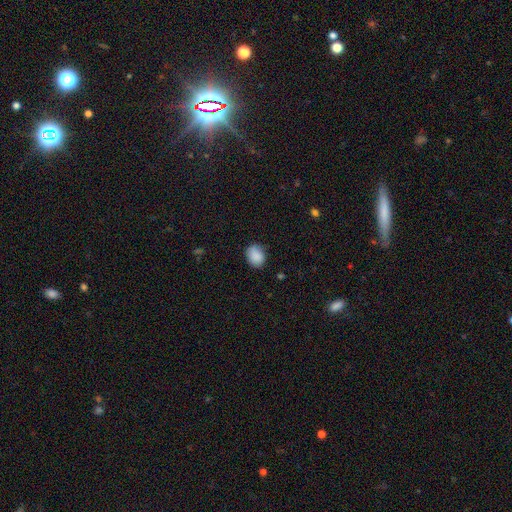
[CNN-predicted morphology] Smooth or featured? smooth (89%)
How rounded? in between (60%)
Merging? none (79%)